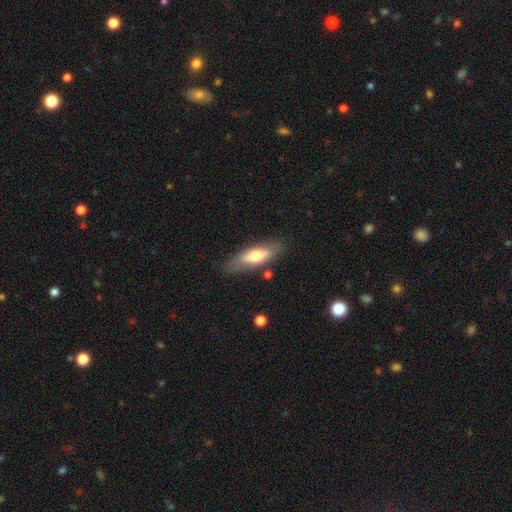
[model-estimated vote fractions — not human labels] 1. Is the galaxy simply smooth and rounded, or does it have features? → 57% smooth, 37% featured or disk, 6% star or artifact.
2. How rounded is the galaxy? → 61% in between, 37% cigar-shaped, 2% round.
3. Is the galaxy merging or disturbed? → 76% none, 16% minor disturbance, 5% major disturbance, 3% merger.